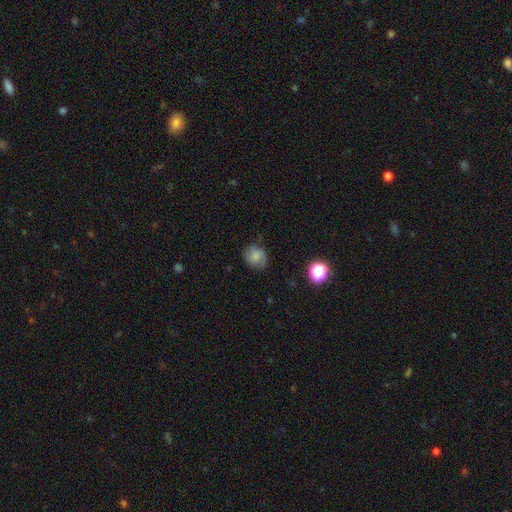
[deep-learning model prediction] Q: Smooth or featured?
A: smooth (71%); runner-up: featured or disk (17%)
Q: How rounded?
A: round (74%); runner-up: in between (25%)
Q: Merging?
A: none (72%); runner-up: minor disturbance (21%)